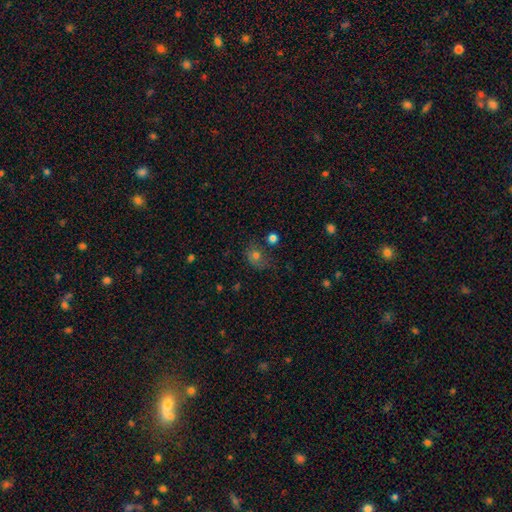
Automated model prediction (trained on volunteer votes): This is likely a smooth galaxy (67%). How rounded: possibly round (54%). Merging: possibly none (51%).